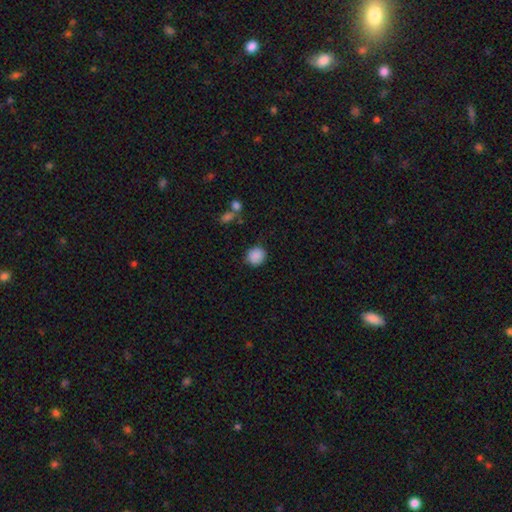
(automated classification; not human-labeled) Q: Smooth or featured?
A: smooth (88%); runner-up: star or artifact (8%)
Q: How rounded?
A: round (79%); runner-up: in between (20%)
Q: Merging?
A: none (85%); runner-up: minor disturbance (10%)